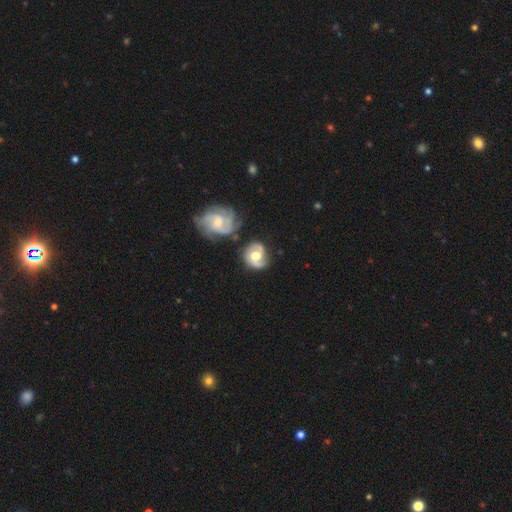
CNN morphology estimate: Smooth or featured? featured or disk (75%)
Edge-on disk? no (98%)
Bar? no (59%)
Spiral arms? yes (90%)
Spiral winding? medium (47%)
Spiral arm count? 2 (80%)
Bulge size? moderate (67%)
Merging? none (63%)